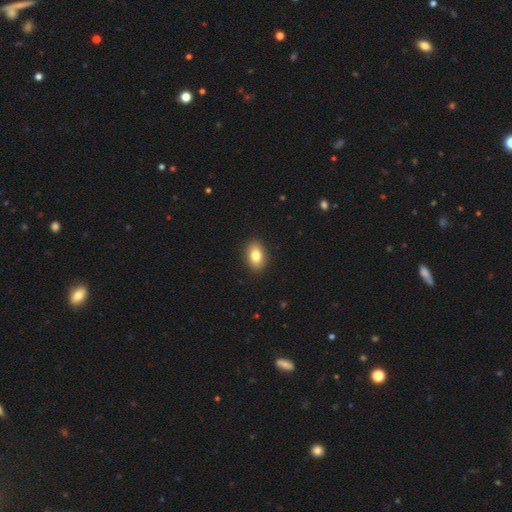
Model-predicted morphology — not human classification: Q: Smooth or featured?
A: smooth (82%); runner-up: featured or disk (10%)
Q: How rounded?
A: in between (83%); runner-up: round (16%)
Q: Merging?
A: none (90%); runner-up: minor disturbance (7%)